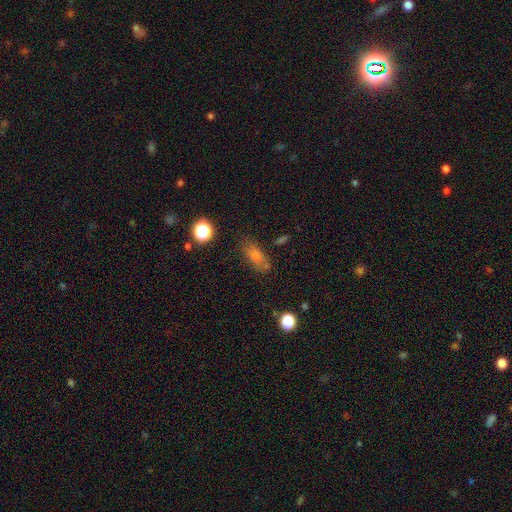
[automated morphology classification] Smooth or featured: smooth — 73% (star or artifact — 14%)
How rounded: in between — 76% (cigar-shaped — 17%)
Merging: none — 69% (minor disturbance — 20%)